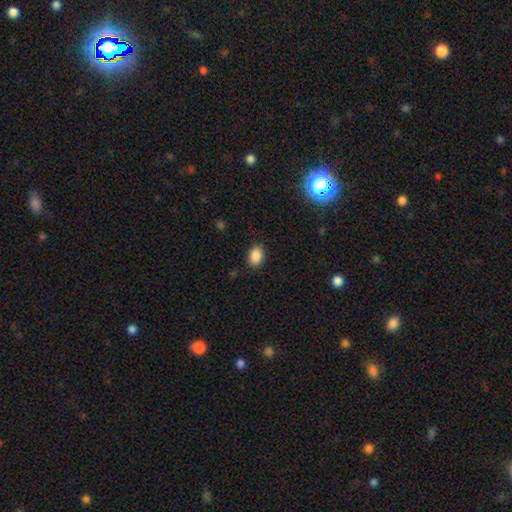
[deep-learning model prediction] smooth_or_featured: smooth (p=0.87) [alt: star or artifact p=0.09]
how_rounded: in between (p=0.76) [alt: round p=0.23]
merging: none (p=0.86) [alt: minor disturbance p=0.10]